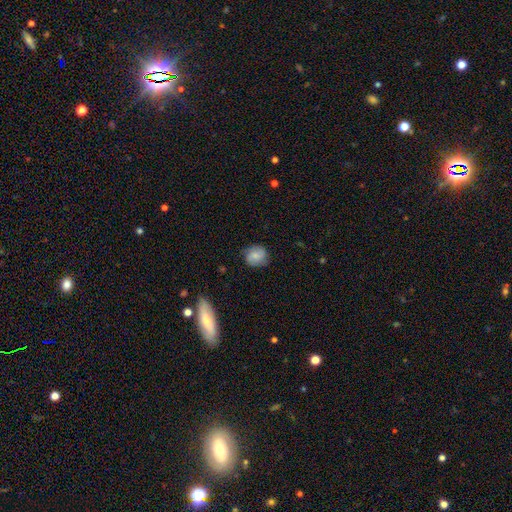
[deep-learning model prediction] Smooth or featured? Predicted: smooth (p=0.75). How rounded? Predicted: round (p=0.76). Merging? Predicted: none (p=0.79).